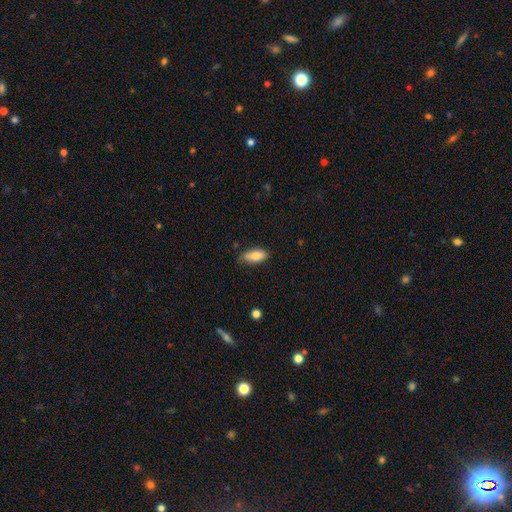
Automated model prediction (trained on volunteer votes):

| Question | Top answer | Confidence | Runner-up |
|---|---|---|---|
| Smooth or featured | smooth | 81% | featured or disk (13%) |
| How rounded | in between | 84% | cigar-shaped (14%) |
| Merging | none | 72% | minor disturbance (23%) |